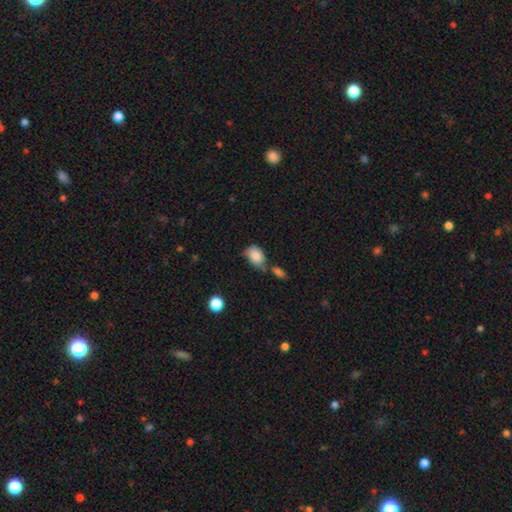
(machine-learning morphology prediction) smooth 86%, star or artifact 8%, featured or disk 6%. Down the decision tree: how rounded — in between (79%); merging — none (45%).